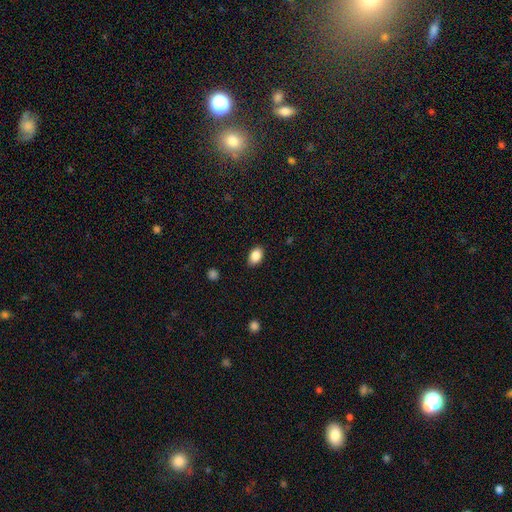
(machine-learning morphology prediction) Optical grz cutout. It shows a smooth galaxy with no disk features (88%) that is in between round and cigar-shaped (87%). Merging: none (85%).